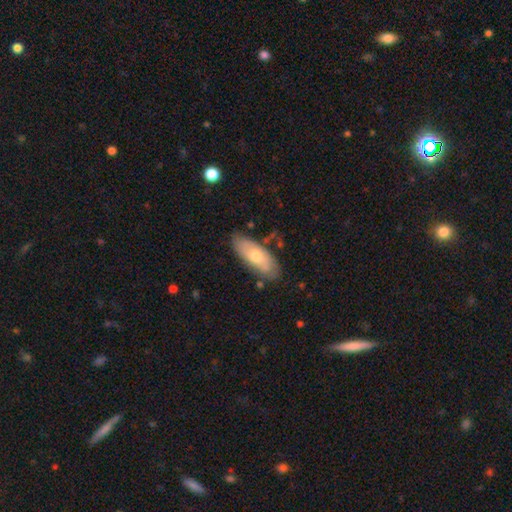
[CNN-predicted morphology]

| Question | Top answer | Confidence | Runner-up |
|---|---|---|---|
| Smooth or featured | smooth | 56% | featured or disk (38%) |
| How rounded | in between | 79% | cigar-shaped (18%) |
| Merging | none | 76% | minor disturbance (17%) |